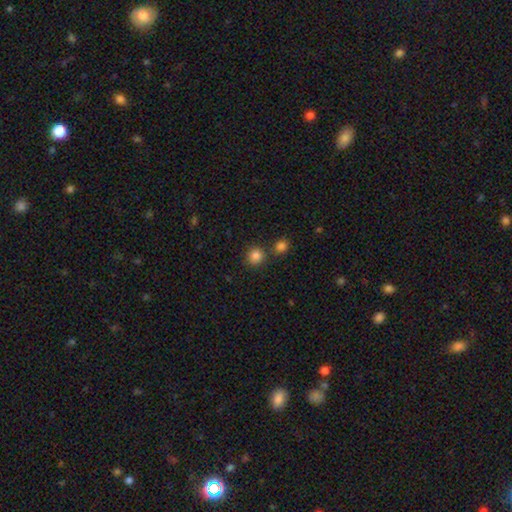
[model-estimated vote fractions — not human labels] Morphology: type=smooth (83%); roundness=round (87%); merging=none (73%).